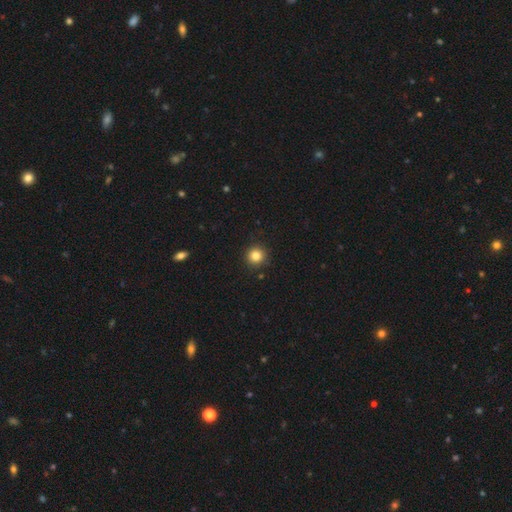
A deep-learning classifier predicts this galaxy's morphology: Smooth or featured? smooth (83%)
How rounded? round (95%)
Merging? none (91%)